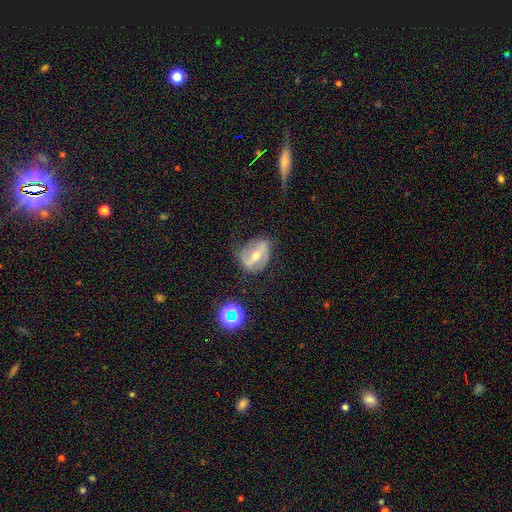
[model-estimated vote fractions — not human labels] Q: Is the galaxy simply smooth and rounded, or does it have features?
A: featured or disk — 68%.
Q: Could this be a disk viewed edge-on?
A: no — 93%.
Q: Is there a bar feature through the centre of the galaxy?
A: strong — 52%.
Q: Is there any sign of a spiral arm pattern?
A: yes — 74%.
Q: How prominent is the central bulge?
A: moderate — 54%.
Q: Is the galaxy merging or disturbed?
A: none — 58%.